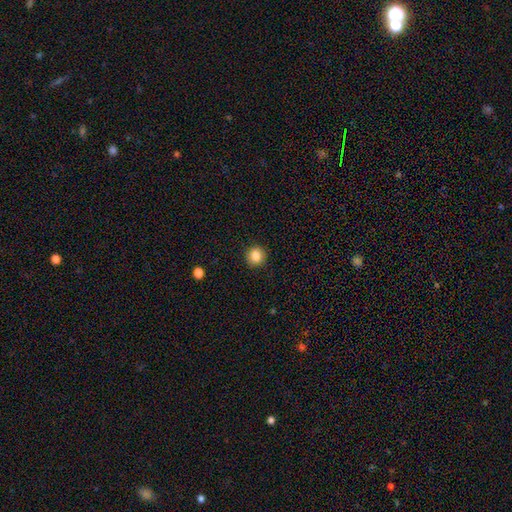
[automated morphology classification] This is clearly a smooth galaxy (85%). How rounded: clearly round (86%). Merging: clearly none (91%).